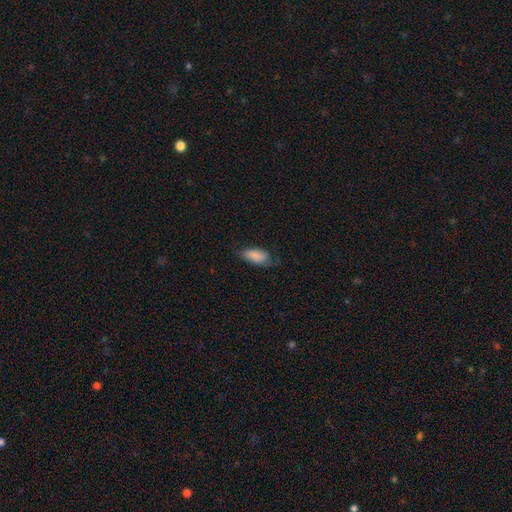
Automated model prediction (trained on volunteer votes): Smooth or featured? smooth (82%)
How rounded? in between (88%)
Merging? none (57%)